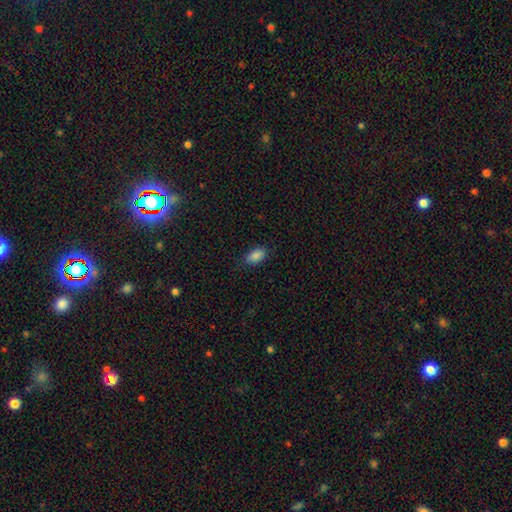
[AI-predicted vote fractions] Smooth or featured? Predicted: smooth (p=0.87). How rounded? Predicted: in between (p=0.92). Merging? Predicted: none (p=0.82).